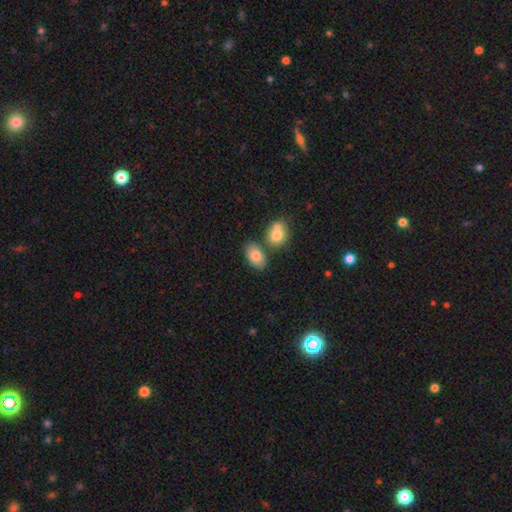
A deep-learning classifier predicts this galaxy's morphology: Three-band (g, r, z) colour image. It shows a smooth galaxy with no disk features (79%) that is in between round and cigar-shaped (87%). Merging: none (62%).